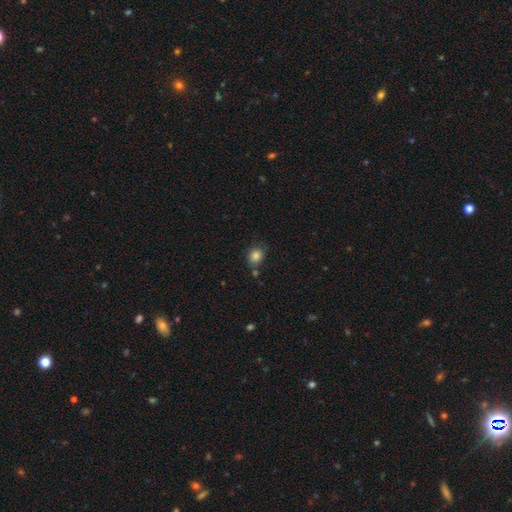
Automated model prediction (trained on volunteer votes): This is clearly a smooth galaxy (85%). How rounded: possibly round (60%). Merging: likely none (73%).